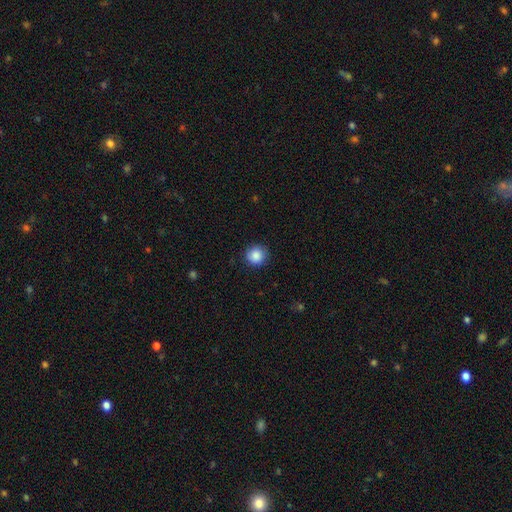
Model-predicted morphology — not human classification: A smooth galaxy with no disk features (87%) that is round (92%). Merging: none (87%).